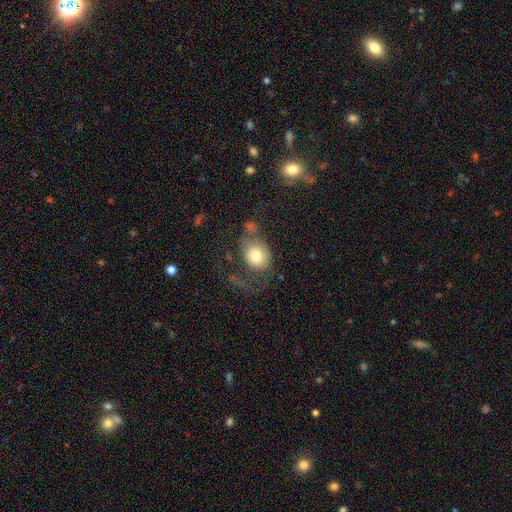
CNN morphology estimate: smooth-or-featured: smooth: 70% | featured or disk: 21% | star or artifact: 8%
  how-rounded: round: 54% | in between: 45% | cigar-shaped: 1%
  merging: major disturbance: 41% | none: 27% | minor disturbance: 20% | merger: 11%